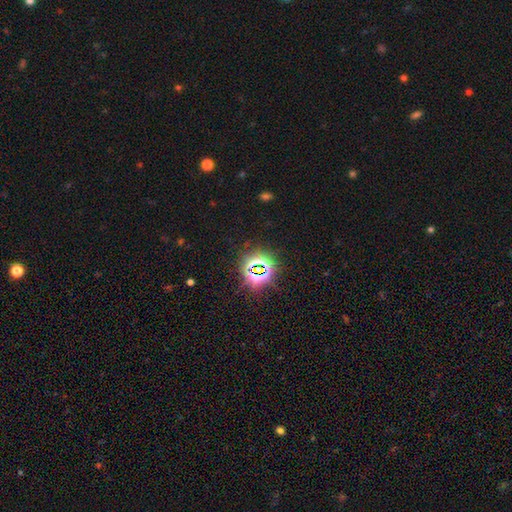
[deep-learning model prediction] smooth-or-featured: star or artifact: 78% | smooth: 15% | featured or disk: 7%